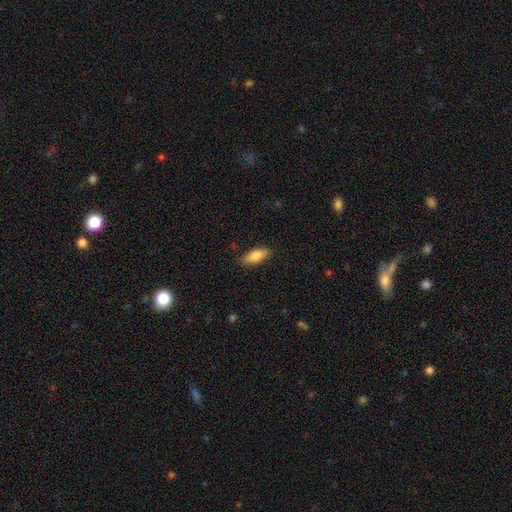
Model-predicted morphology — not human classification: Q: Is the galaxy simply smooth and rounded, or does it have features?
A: smooth — 86%.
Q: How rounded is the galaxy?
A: in between — 74%.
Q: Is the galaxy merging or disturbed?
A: none — 85%.